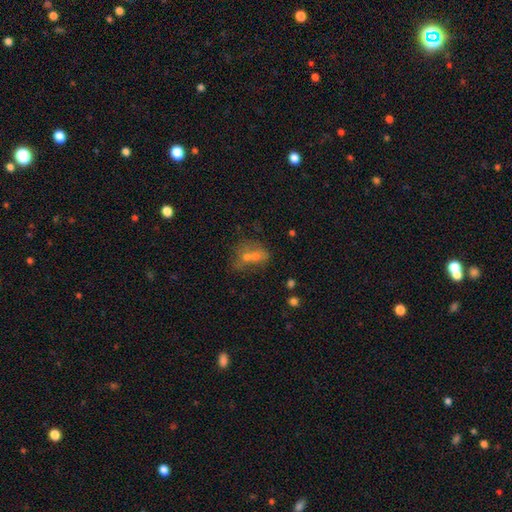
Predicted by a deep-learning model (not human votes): Smooth or featured? smooth (49%)
Merging? merger (51%)